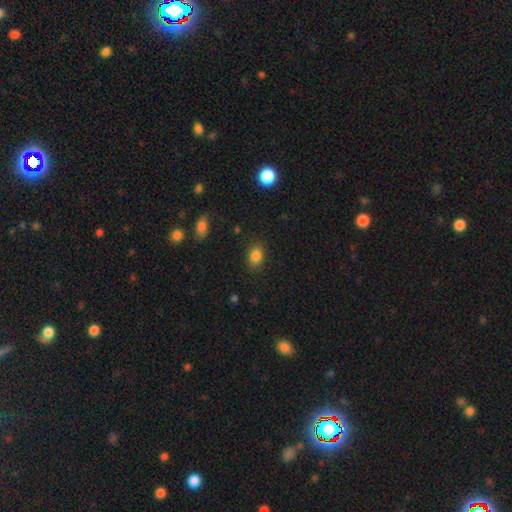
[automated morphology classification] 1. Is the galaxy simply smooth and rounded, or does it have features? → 84% smooth, 11% star or artifact, 5% featured or disk.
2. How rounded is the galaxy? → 71% in between, 27% round, 1% cigar-shaped.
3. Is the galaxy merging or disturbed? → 85% none, 11% minor disturbance, 3% major disturbance, 1% merger.